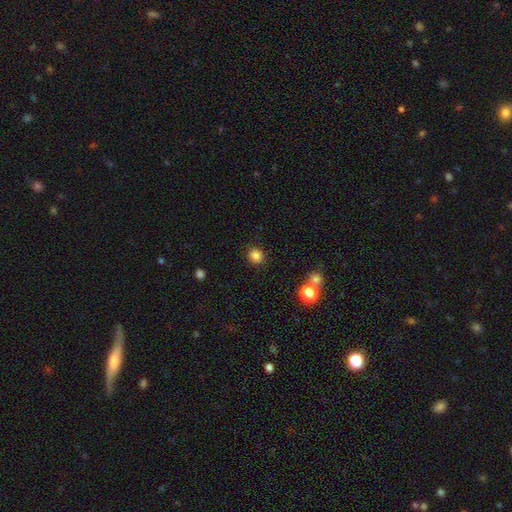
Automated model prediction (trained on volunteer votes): This is clearly a smooth galaxy (84%). How rounded: clearly round (83%). Merging: clearly none (89%).